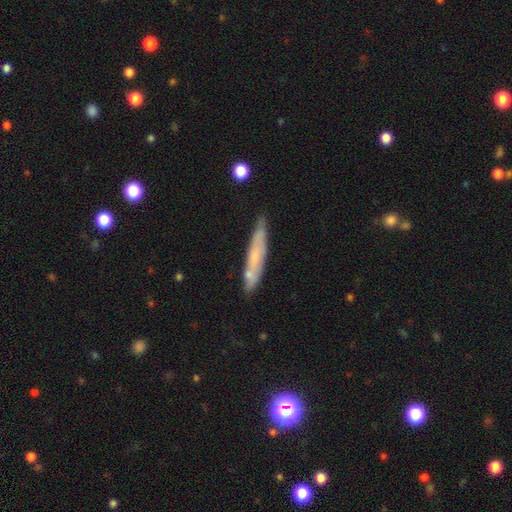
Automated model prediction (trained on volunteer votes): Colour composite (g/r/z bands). It shows a smooth galaxy with no disk features (50%) that is cigar-shaped (90%). Merging: none (75%).